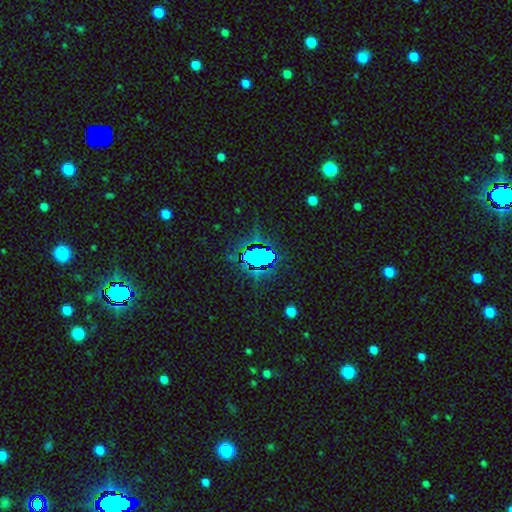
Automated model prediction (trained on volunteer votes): Smooth or featured? star or artifact (63%)